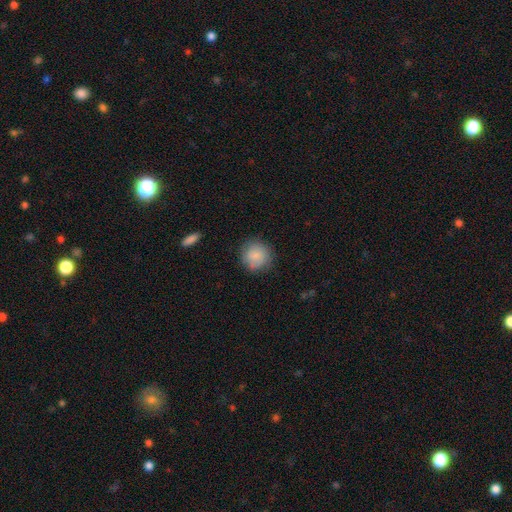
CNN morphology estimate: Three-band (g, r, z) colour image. It shows a smooth galaxy with no disk features (81%) that is round (91%). Merging: none (80%).